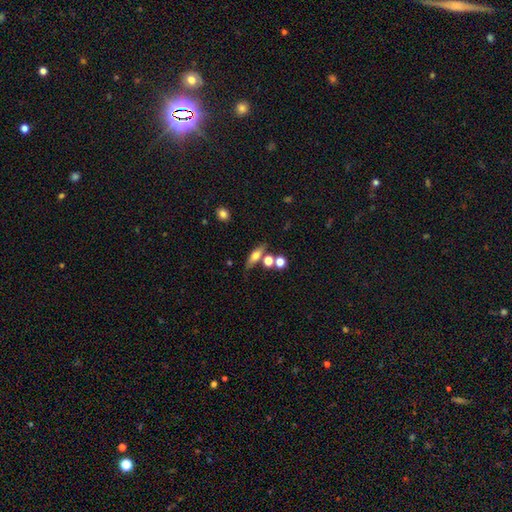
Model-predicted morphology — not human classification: Smooth or featured: smooth — 56% (featured or disk — 34%)
How rounded: in between — 48% (cigar-shaped — 43%)
Merging: none — 62% (merger — 18%)